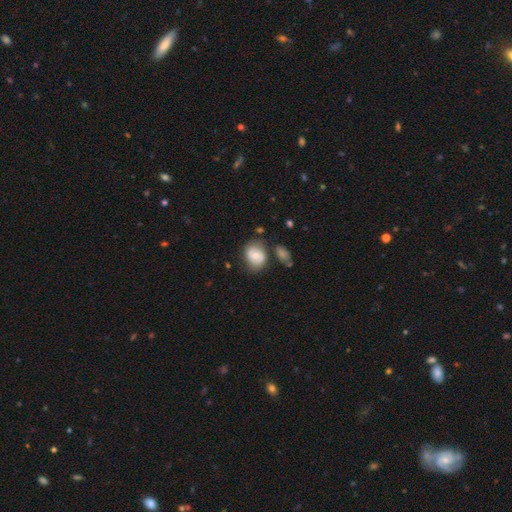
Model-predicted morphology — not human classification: Smooth or featured? Predicted: smooth (p=0.61). How rounded? Predicted: in between (p=0.54). Merging? Predicted: none (p=0.62).